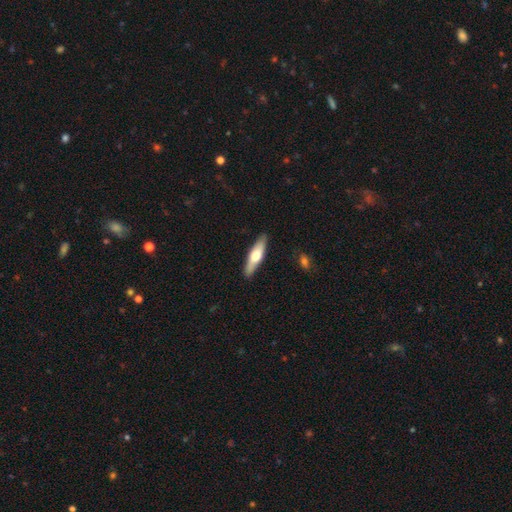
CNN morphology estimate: smooth-or-featured: smooth: 54% | featured or disk: 41% | star or artifact: 5%
  how-rounded: cigar-shaped: 70% | in between: 28% | round: 2%
  merging: none: 88% | minor disturbance: 9% | major disturbance: 2% | merger: 1%